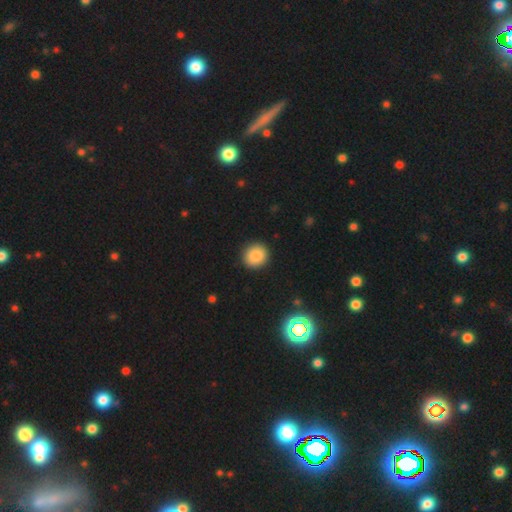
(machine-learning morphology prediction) A smooth galaxy with no disk features (85%) that is round (89%). Merging: none (92%).